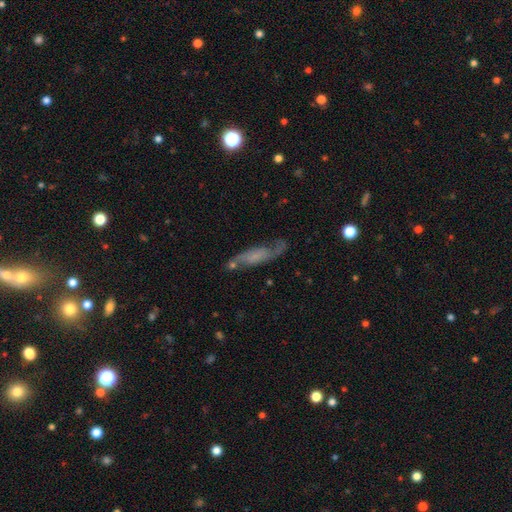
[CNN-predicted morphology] A featured or disk galaxy (65%). Merging: none (62%).